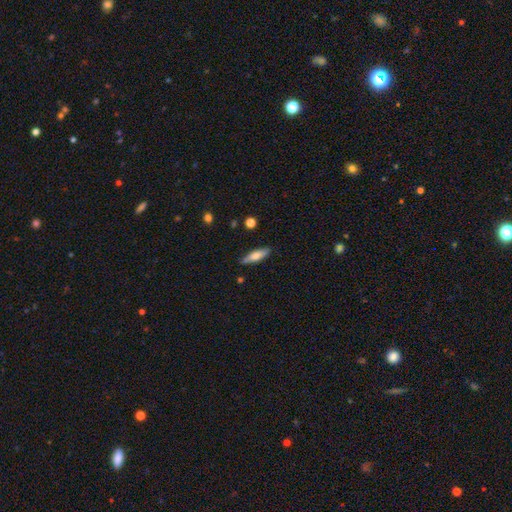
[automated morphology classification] Smooth or featured?
  - smooth: 59% *
  - featured or disk: 35%
  - star or artifact: 6%
How rounded?
  - cigar-shaped: 64% *
  - in between: 34%
  - round: 2%
Merging?
  - none: 86% *
  - minor disturbance: 10%
  - major disturbance: 2%
  - merger: 2%